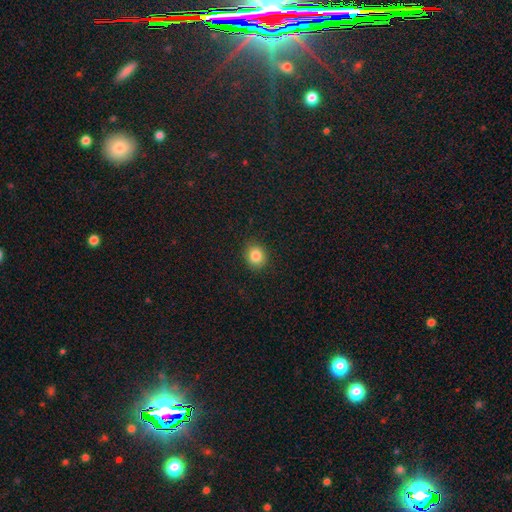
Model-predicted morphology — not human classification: This is clearly a smooth galaxy (84%). How rounded: likely round (75%). Merging: clearly none (90%).